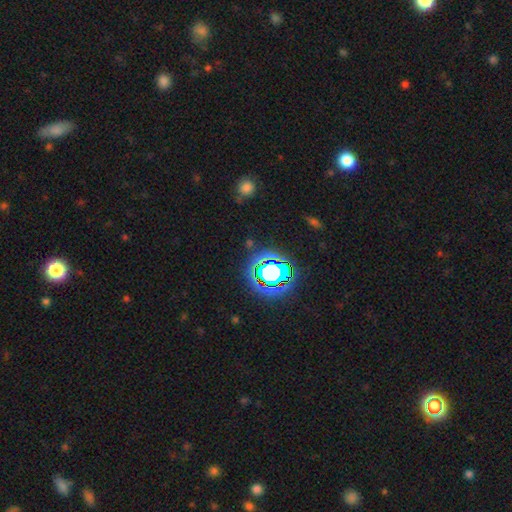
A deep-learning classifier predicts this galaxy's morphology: A star or artifact, not a galaxy (78%).

Vote fractions:
- Smooth or featured? star or artifact: 78% / smooth: 14% / featured or disk: 8%